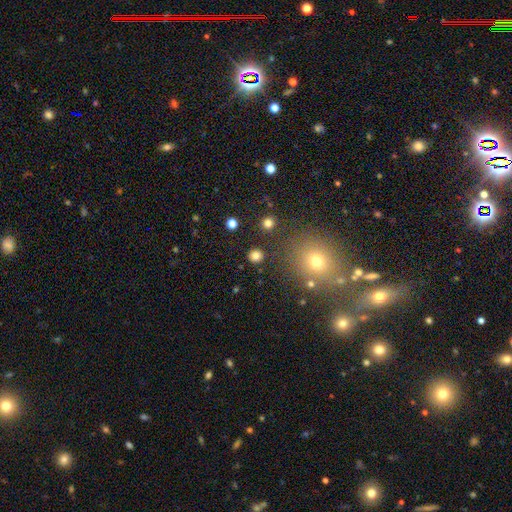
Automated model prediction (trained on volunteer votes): A smooth galaxy with no disk features (81%) that is round (91%).

Vote fractions:
- Smooth or featured? smooth: 81% / star or artifact: 14% / featured or disk: 5%
- How rounded? round: 91% / in between: 8% / cigar-shaped: 1%
- Merging? none: 89% / minor disturbance: 6% / major disturbance: 3% / merger: 2%